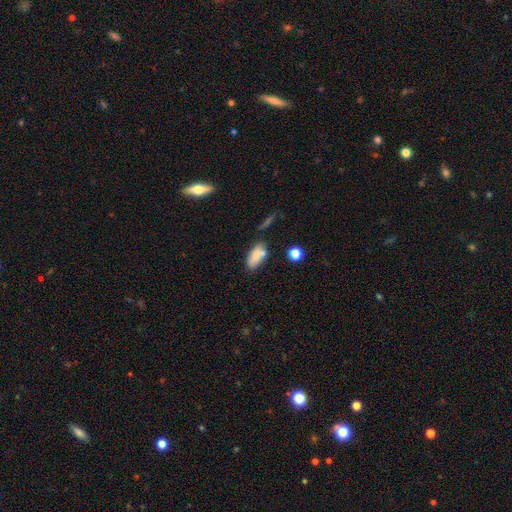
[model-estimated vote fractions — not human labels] Smooth or featured?
  - smooth: 74% *
  - featured or disk: 17%
  - star or artifact: 8%
How rounded?
  - in between: 83% *
  - cigar-shaped: 13%
  - round: 4%
Merging?
  - none: 61% *
  - minor disturbance: 19%
  - merger: 15%
  - major disturbance: 5%